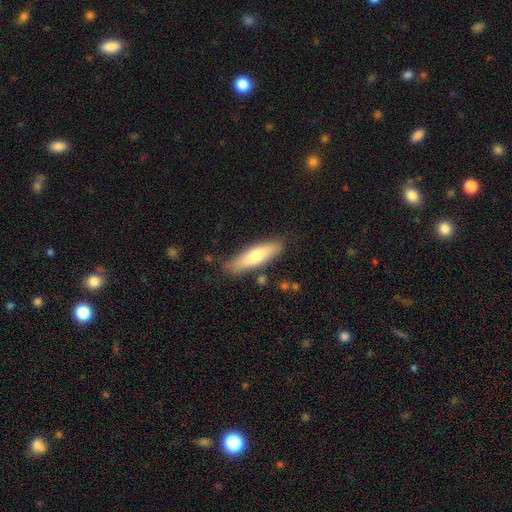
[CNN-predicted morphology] Smooth or featured? Predicted: smooth (p=0.68). How rounded? Predicted: cigar-shaped (p=0.63). Merging? Predicted: none (p=0.78).